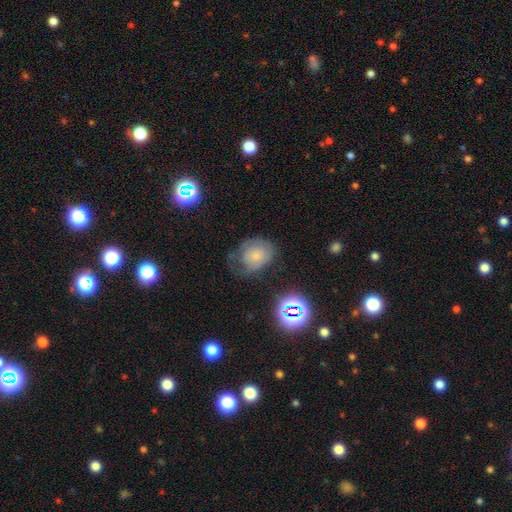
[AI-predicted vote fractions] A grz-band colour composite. It shows a smooth galaxy with no disk features (58%) that is round (55%). Merging: none (42%).